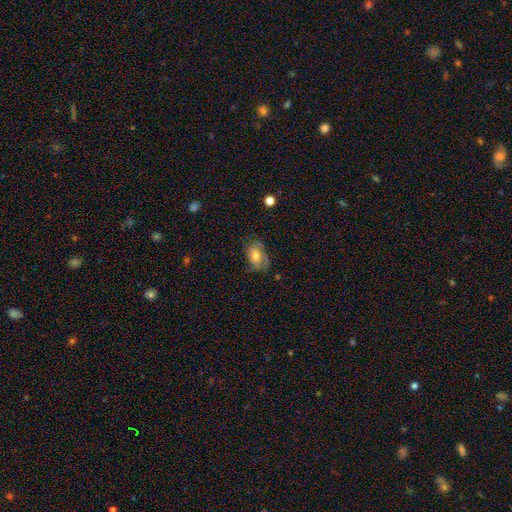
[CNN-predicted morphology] The model was most divided on "smooth or featured": smooth: 49%, featured or disk: 42%, star or artifact: 9%. More confident: merging — none (60%).